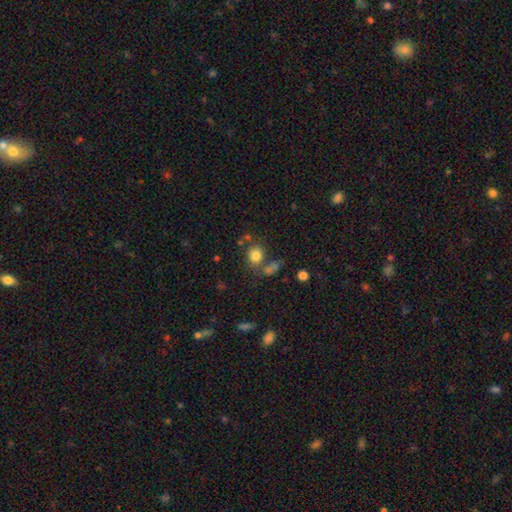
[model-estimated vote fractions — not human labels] This is clearly a smooth galaxy (80%). How rounded: likely round (70%). Merging: likely none (63%).